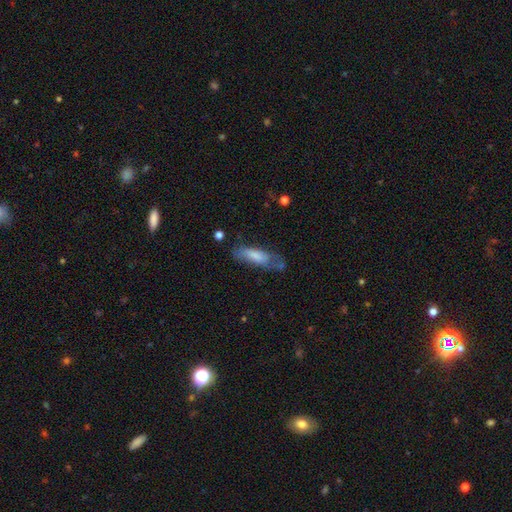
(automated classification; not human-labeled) Smooth or featured? smooth (71%)
How rounded? in between (52%)
Merging? none (49%)